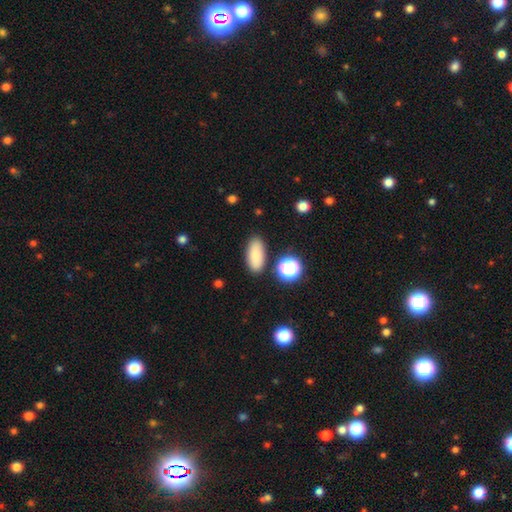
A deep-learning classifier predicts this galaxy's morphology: The model was most divided on "how rounded": in between: 84%, cigar-shaped: 11%, round: 5%. More confident: merging — none (85%); smooth or featured — smooth (84%).